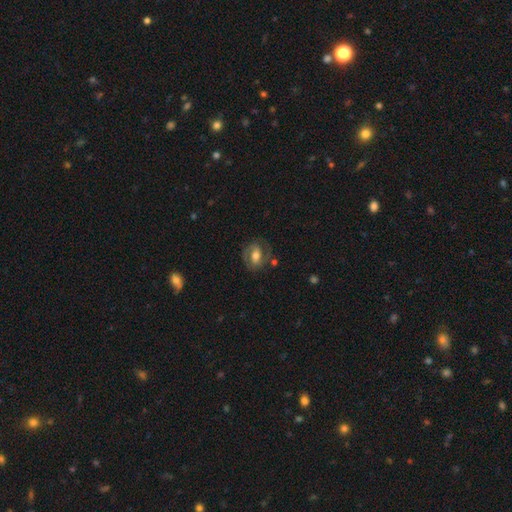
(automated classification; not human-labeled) A featured or disk galaxy (64%) with a weak bar (39%), spiral arms (81%) and a moderate central bulge (66%).

Vote fractions:
- Smooth or featured? featured or disk: 64% / smooth: 29% / star or artifact: 7%
- Edge-on disk? no: 96% / yes: 4%
- Bar? weak: 39% / no: 30% / strong: 30%
- Spiral arms? yes: 81% / no: 19%
- Bulge size? moderate: 66% / small: 16% / large: 15% / none: 2% / dominant: 1%
- Merging? none: 69% / minor disturbance: 17% / major disturbance: 10% / merger: 4%